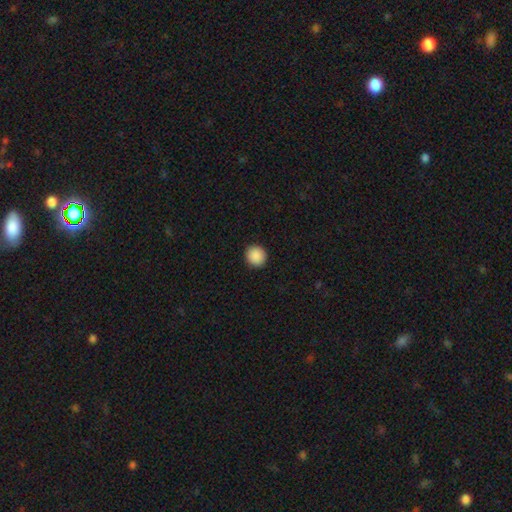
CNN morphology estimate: type=smooth (90%); roundness=round (94%); merging=none (93%).